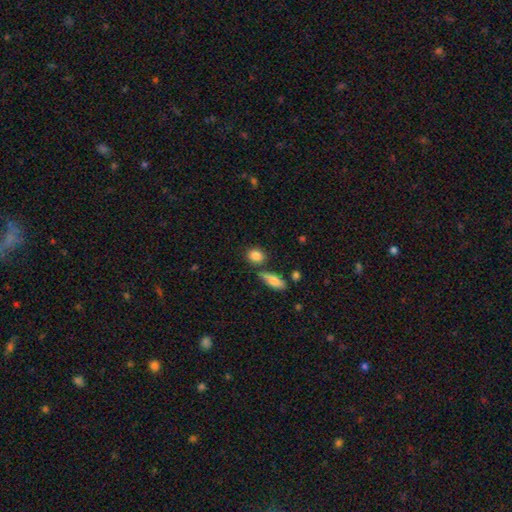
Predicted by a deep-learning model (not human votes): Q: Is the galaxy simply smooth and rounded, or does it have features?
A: smooth — 85%.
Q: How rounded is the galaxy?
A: round — 58%.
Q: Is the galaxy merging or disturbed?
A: none — 71%.